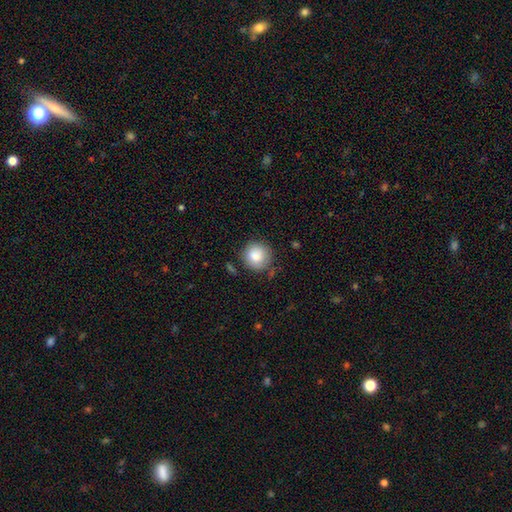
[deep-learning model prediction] This is clearly a smooth galaxy (86%). How rounded: clearly round (91%). Merging: likely none (79%).